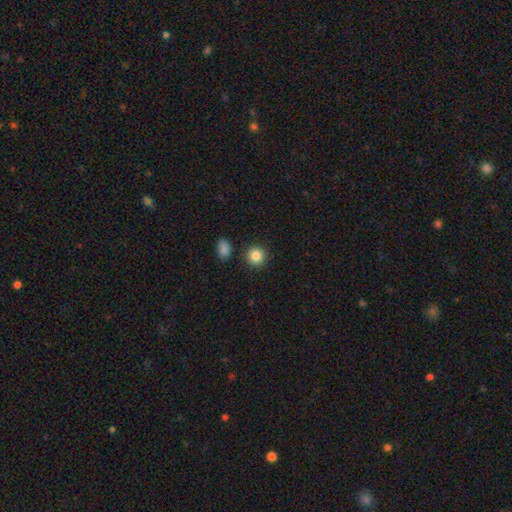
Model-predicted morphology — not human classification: Smooth or featured? smooth (85%)
How rounded? round (91%)
Merging? none (89%)